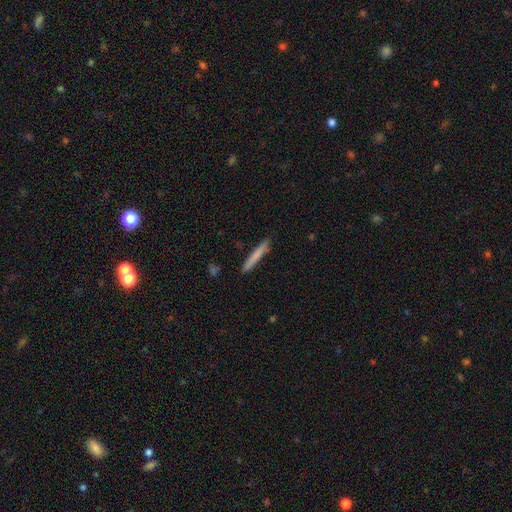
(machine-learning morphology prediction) Smooth or featured?
  - smooth: 74% *
  - featured or disk: 21%
  - star or artifact: 6%
How rounded?
  - cigar-shaped: 96% *
  - in between: 3%
  - round: 1%
Merging?
  - none: 89% *
  - minor disturbance: 8%
  - major disturbance: 2%
  - merger: 1%